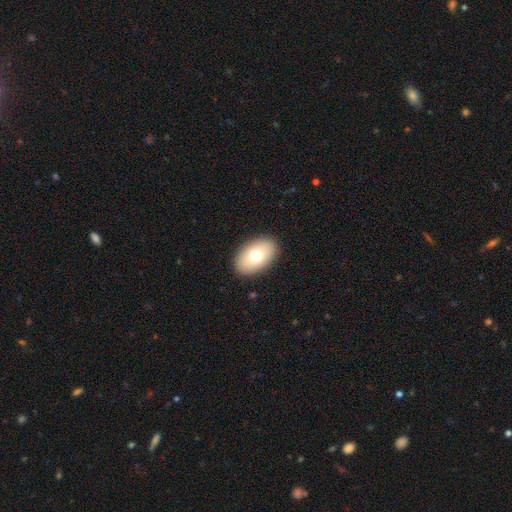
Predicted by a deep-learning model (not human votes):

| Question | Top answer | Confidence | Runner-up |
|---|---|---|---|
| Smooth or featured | smooth | 71% | featured or disk (21%) |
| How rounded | in between | 90% | round (9%) |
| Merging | none | 89% | minor disturbance (8%) |